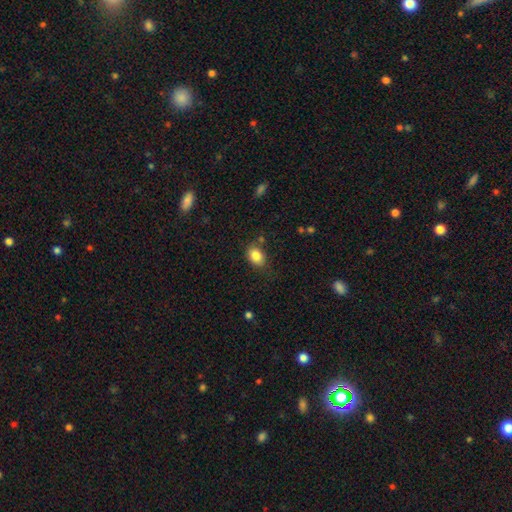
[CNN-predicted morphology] This is clearly a smooth galaxy (85%). How rounded: likely in between (75%). Merging: likely none (73%).